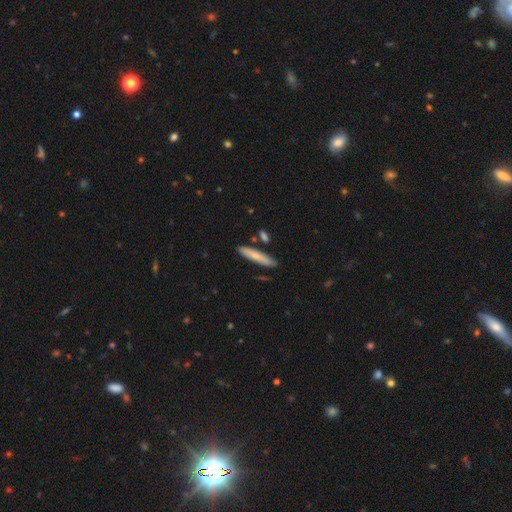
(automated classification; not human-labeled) Smooth or featured? smooth (72%)
How rounded? cigar-shaped (88%)
Merging? none (82%)